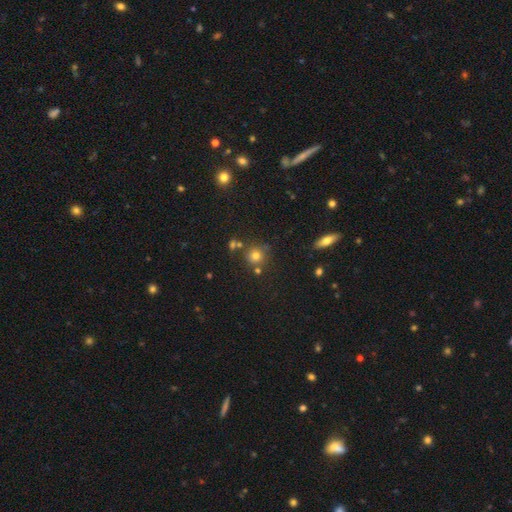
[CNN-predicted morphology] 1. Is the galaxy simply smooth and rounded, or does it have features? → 74% smooth, 17% star or artifact, 9% featured or disk.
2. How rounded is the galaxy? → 91% round, 8% in between, 1% cigar-shaped.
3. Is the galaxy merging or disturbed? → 74% none, 12% merger, 10% minor disturbance, 4% major disturbance.